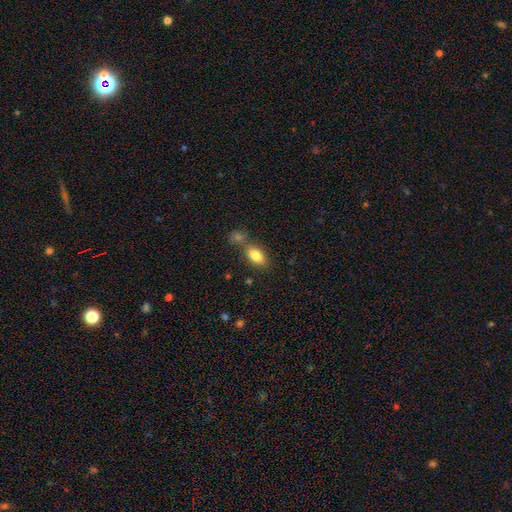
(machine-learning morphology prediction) smooth 82%, featured or disk 10%, star or artifact 8%. Down the decision tree: how rounded — in between (89%); merging — none (63%).